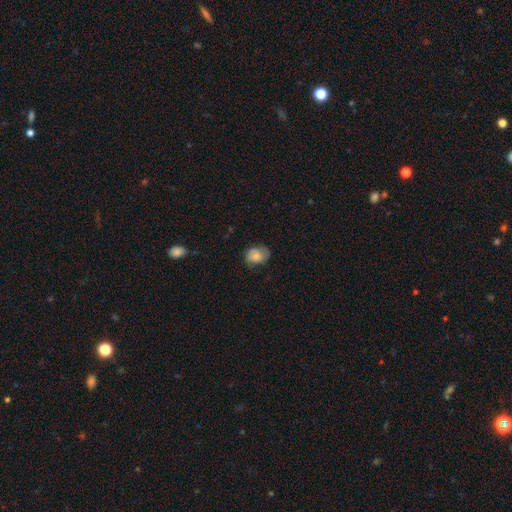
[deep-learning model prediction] A smooth galaxy with no disk features (66%) that is in between round and cigar-shaped (66%).

Vote fractions:
- Smooth or featured? smooth: 66% / featured or disk: 25% / star or artifact: 8%
- How rounded? in between: 66% / round: 33% / cigar-shaped: 1%
- Merging? none: 59% / minor disturbance: 29% / major disturbance: 10% / merger: 2%